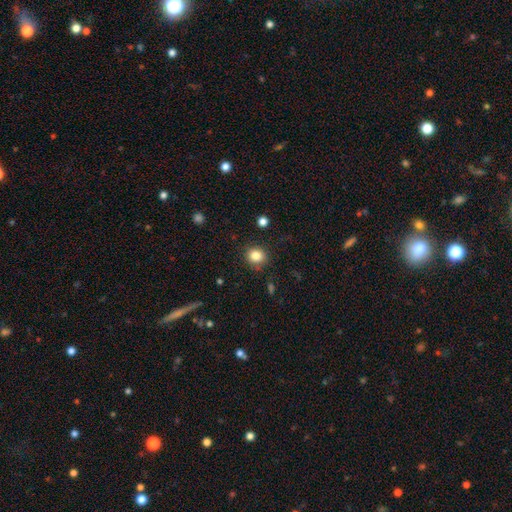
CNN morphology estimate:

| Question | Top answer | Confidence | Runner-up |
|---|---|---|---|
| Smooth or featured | smooth | 84% | star or artifact (11%) |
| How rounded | round | 80% | in between (19%) |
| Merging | none | 85% | minor disturbance (10%) |